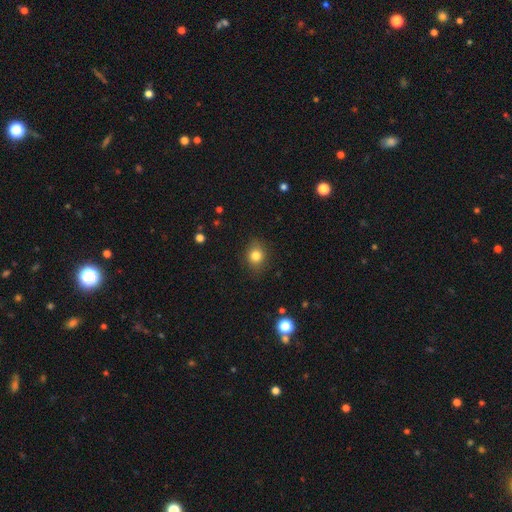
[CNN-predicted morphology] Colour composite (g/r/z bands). It shows a smooth galaxy with no disk features (81%) that is round (61%). Merging: none (83%).